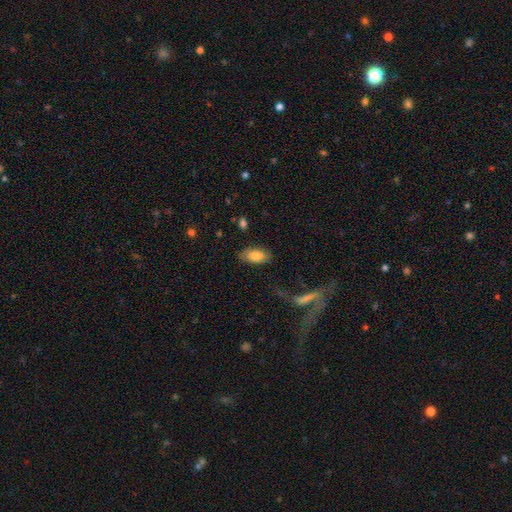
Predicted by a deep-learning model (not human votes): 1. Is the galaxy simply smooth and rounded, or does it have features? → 77% smooth, 16% featured or disk, 7% star or artifact.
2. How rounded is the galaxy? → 93% in between, 4% round, 3% cigar-shaped.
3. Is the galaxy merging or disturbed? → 75% none, 17% minor disturbance, 5% major disturbance, 3% merger.